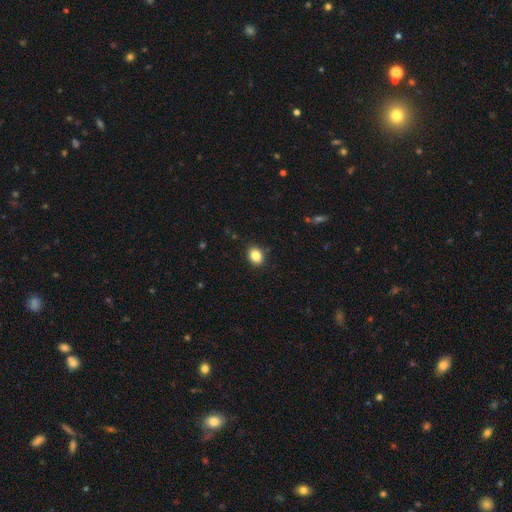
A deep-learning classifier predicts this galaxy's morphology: smooth 85%, star or artifact 10%, featured or disk 5%. Down the decision tree: how rounded — in between (54%); merging — none (88%).